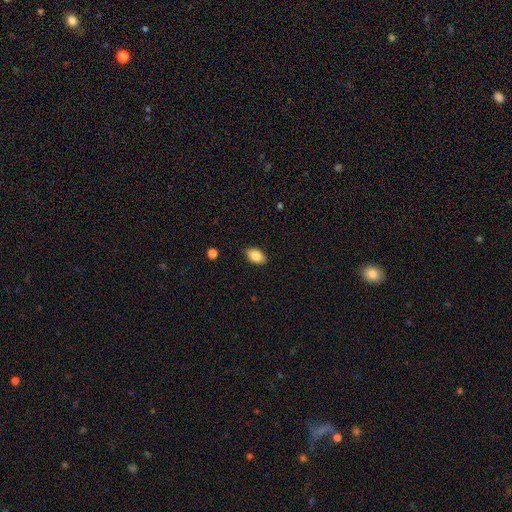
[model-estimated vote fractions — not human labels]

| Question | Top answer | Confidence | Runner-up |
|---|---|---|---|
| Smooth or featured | smooth | 84% | featured or disk (8%) |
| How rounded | in between | 91% | round (8%) |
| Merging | none | 86% | minor disturbance (11%) |